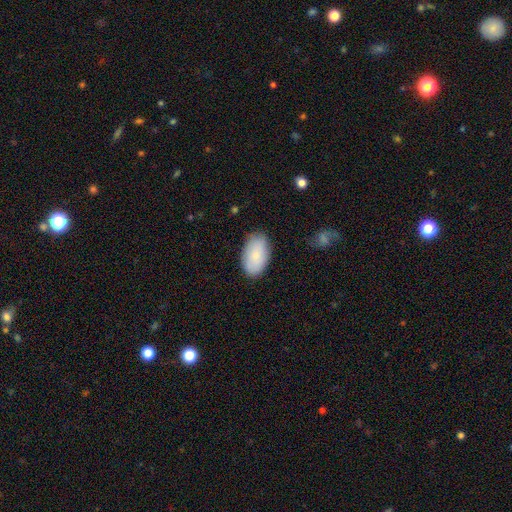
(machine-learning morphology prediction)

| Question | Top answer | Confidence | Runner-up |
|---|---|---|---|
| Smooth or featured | smooth | 82% | featured or disk (12%) |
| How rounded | in between | 94% | round (4%) |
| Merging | none | 83% | minor disturbance (13%) |